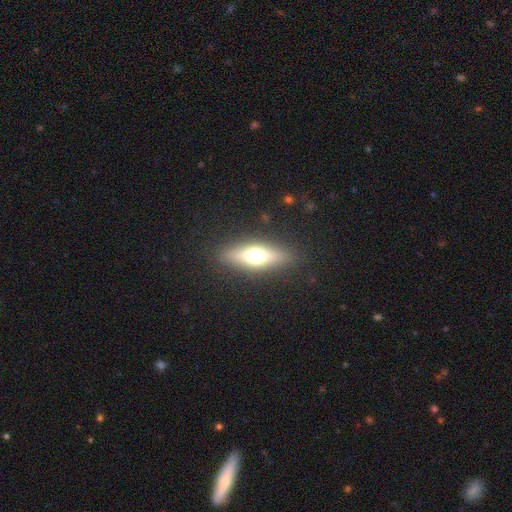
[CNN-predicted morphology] A smooth galaxy with no disk features (47%).

Vote fractions:
- Smooth or featured? smooth: 47% / featured or disk: 44% / star or artifact: 9%
- Merging? none: 88% / minor disturbance: 8% / major disturbance: 3% / merger: 1%